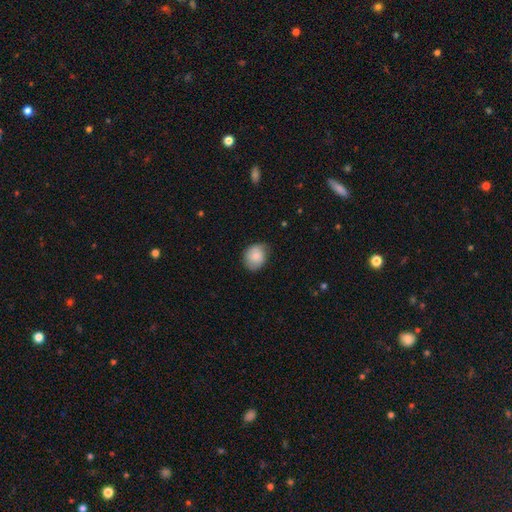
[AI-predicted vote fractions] Smooth or featured?
  - smooth: 81% *
  - featured or disk: 12%
  - star or artifact: 7%
How rounded?
  - round: 59% *
  - in between: 40%
  - cigar-shaped: 1%
Merging?
  - none: 68% *
  - minor disturbance: 26%
  - major disturbance: 5%
  - merger: 1%